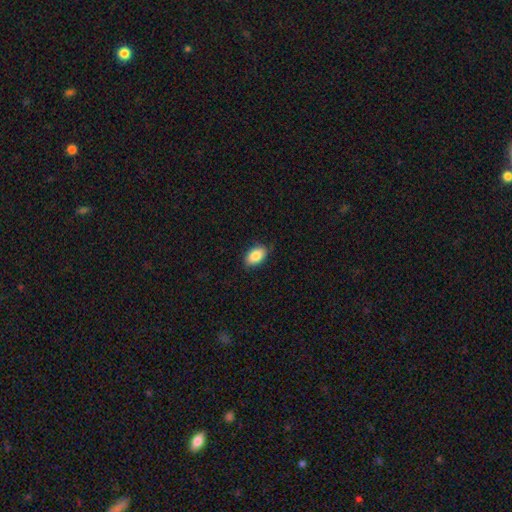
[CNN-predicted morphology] A smooth galaxy with no disk features (86%) that is in between round and cigar-shaped (91%). Merging: none (82%).